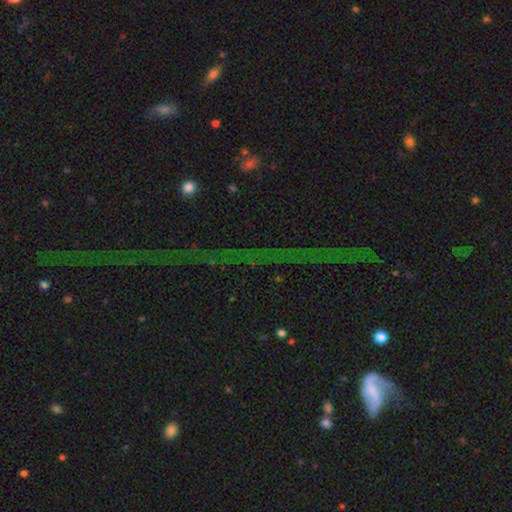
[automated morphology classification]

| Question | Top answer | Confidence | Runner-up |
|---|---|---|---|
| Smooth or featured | star or artifact | 69% | featured or disk (19%) |